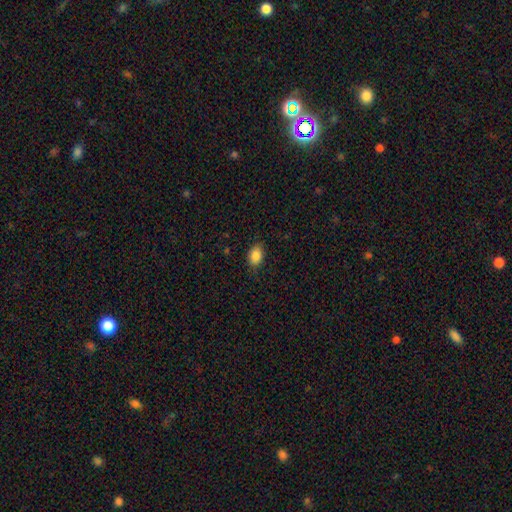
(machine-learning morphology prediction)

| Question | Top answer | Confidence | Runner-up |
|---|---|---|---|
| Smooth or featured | smooth | 87% | star or artifact (8%) |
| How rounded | in between | 82% | round (17%) |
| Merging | none | 84% | minor disturbance (12%) |